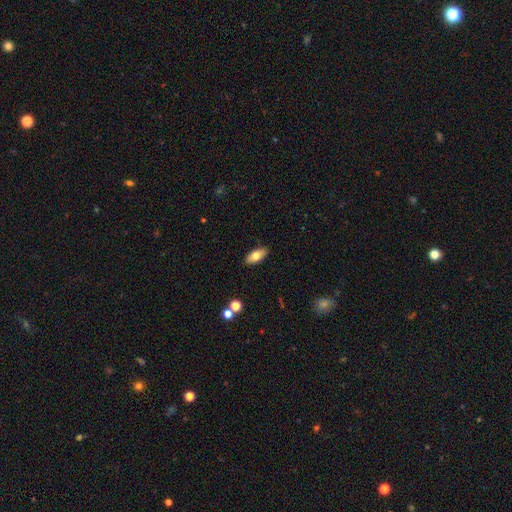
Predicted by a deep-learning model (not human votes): Smooth or featured? Predicted: smooth (p=0.73). How rounded? Predicted: in between (p=0.87). Merging? Predicted: none (p=0.89).